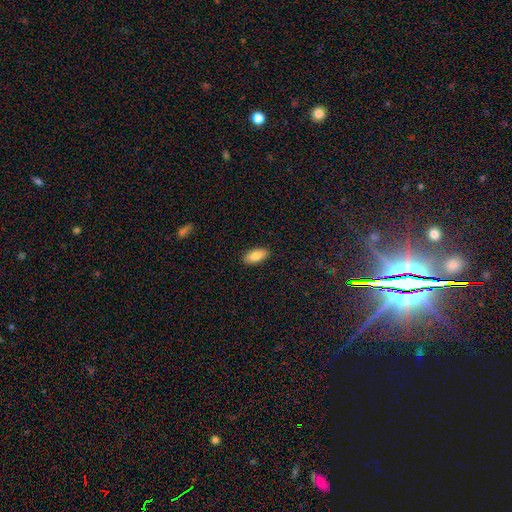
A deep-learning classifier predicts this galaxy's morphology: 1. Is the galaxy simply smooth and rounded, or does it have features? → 85% smooth, 9% featured or disk, 6% star or artifact.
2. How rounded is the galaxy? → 88% in between, 10% cigar-shaped, 2% round.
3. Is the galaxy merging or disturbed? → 90% none, 7% minor disturbance, 2% major disturbance, 1% merger.